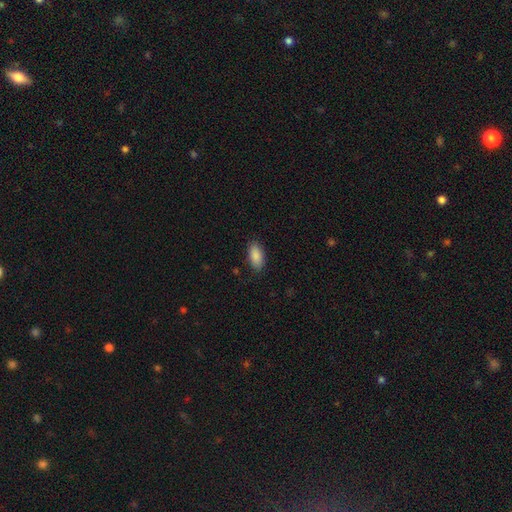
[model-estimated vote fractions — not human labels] smooth-or-featured: smooth: 89% | star or artifact: 6% | featured or disk: 5%
  how-rounded: in between: 93% | cigar-shaped: 5% | round: 2%
  merging: none: 85% | minor disturbance: 11% | major disturbance: 3% | merger: 1%